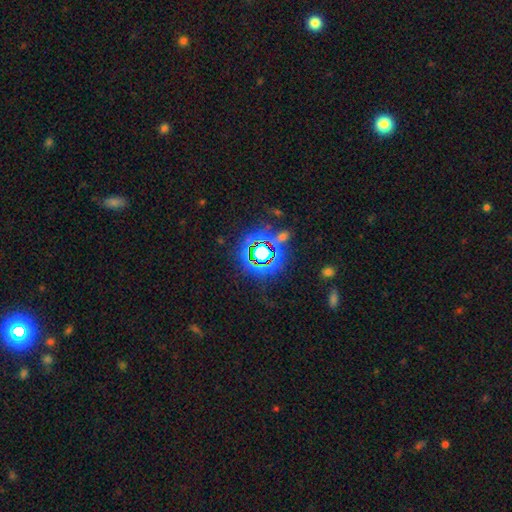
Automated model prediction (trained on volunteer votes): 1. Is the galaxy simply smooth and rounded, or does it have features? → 78% star or artifact, 13% smooth, 9% featured or disk.